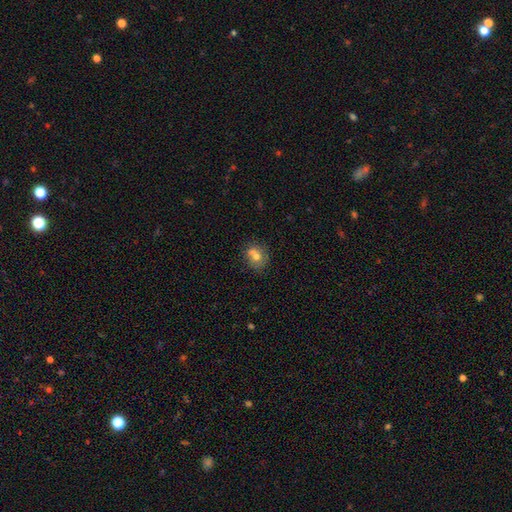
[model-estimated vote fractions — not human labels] A smooth galaxy with no disk features (65%) that is round (64%). Merging: none (48%).